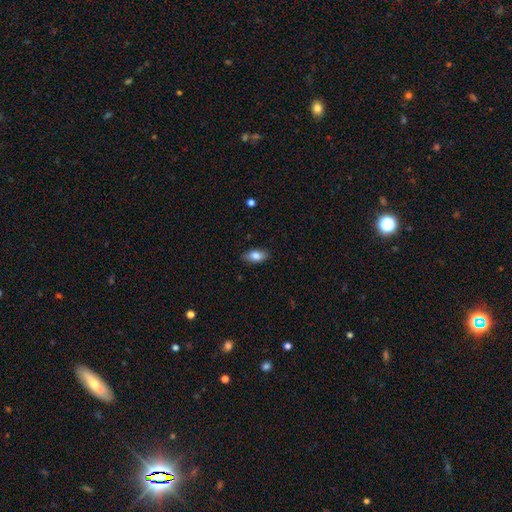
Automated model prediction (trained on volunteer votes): Smooth or featured?
  - smooth: 83% *
  - featured or disk: 10%
  - star or artifact: 7%
How rounded?
  - in between: 91% *
  - cigar-shaped: 5%
  - round: 5%
Merging?
  - none: 87% *
  - minor disturbance: 10%
  - major disturbance: 2%
  - merger: 1%